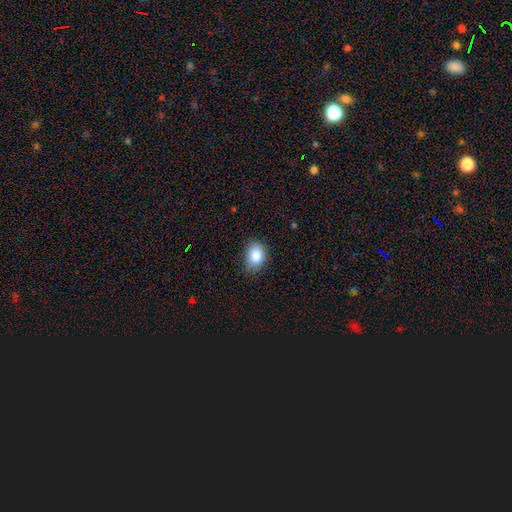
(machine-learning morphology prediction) type=smooth (85%); roundness=in between (72%); merging=none (70%).